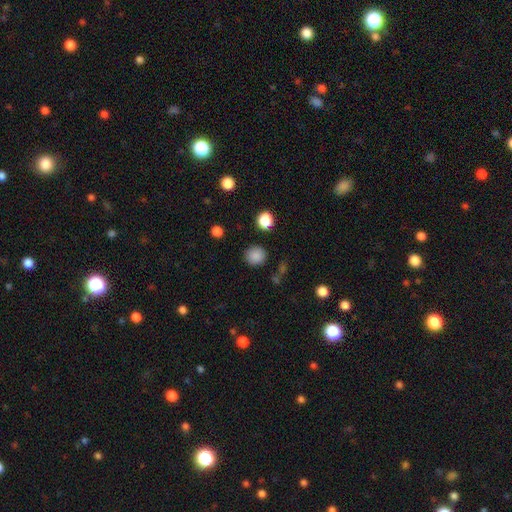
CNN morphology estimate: The model was most divided on "smooth or featured": smooth: 85%, star or artifact: 11%, featured or disk: 4%. More confident: how rounded — round (89%); merging — none (87%).